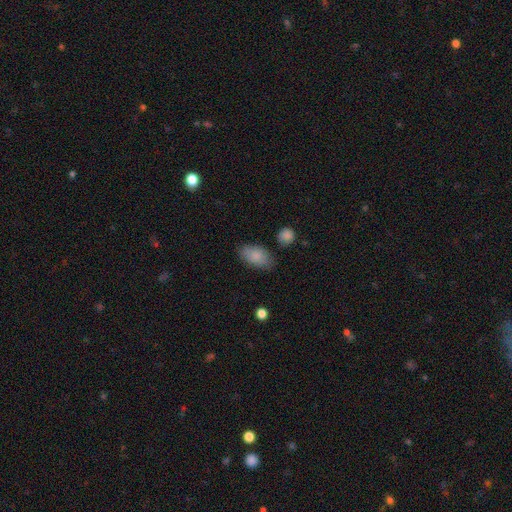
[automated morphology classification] smooth_or_featured: smooth (p=0.86) [alt: featured or disk p=0.08]
how_rounded: in between (p=0.92) [alt: round p=0.05]
merging: none (p=0.75) [alt: minor disturbance p=0.18]